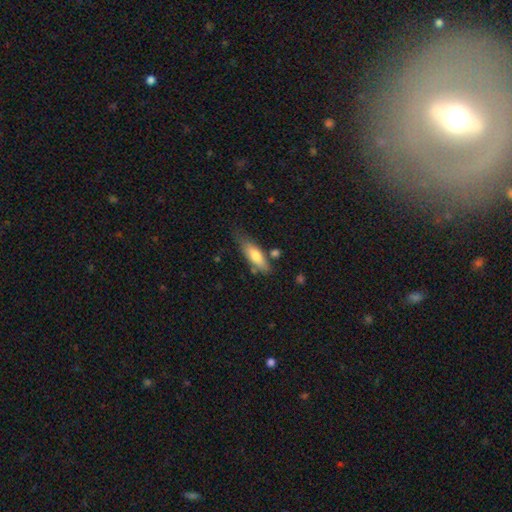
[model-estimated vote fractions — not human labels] This is likely a smooth galaxy (71%). How rounded: possibly in between (52%). Merging: likely none (61%).